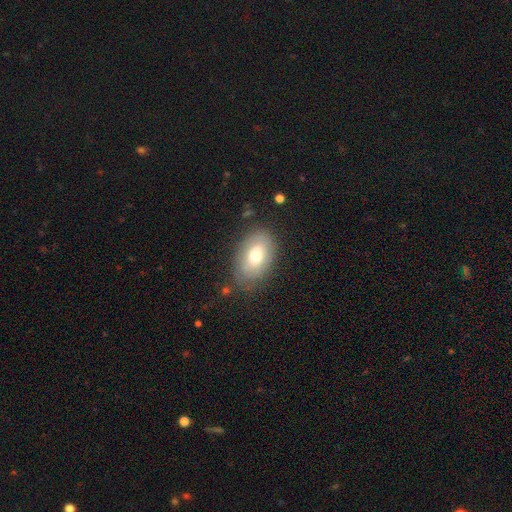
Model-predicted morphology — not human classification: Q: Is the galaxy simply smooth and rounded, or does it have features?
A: smooth — 65%.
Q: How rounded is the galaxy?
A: in between — 89%.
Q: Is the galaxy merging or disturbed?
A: none — 76%.